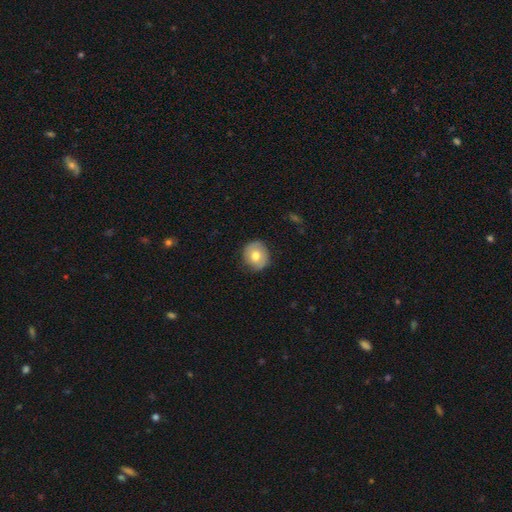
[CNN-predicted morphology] Smooth or featured? Predicted: smooth (p=0.70). How rounded? Predicted: round (p=0.86). Merging? Predicted: none (p=0.83).